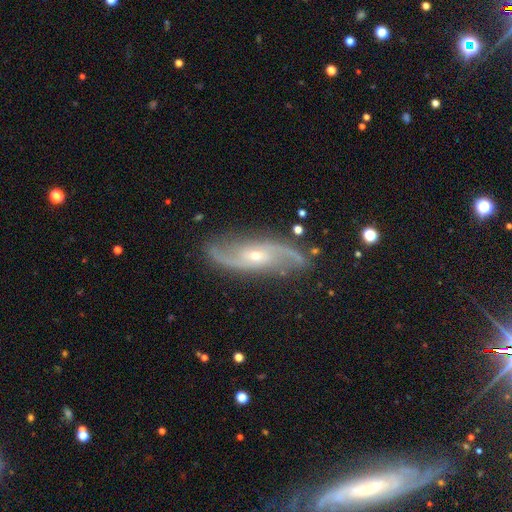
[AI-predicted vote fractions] Smooth or featured: featured or disk — 88% (star or artifact — 6%)
Edge-on disk: no — 92% (yes — 8%)
Bar: no — 58% (weak — 32%)
Spiral arms: yes — 97% (no — 3%)
Spiral winding: loose — 52% (medium — 36%)
Spiral arm count: 2 — 90% (can't tell — 4%)
Bulge size: small — 67% (moderate — 30%)
Merging: none — 80% (minor disturbance — 14%)